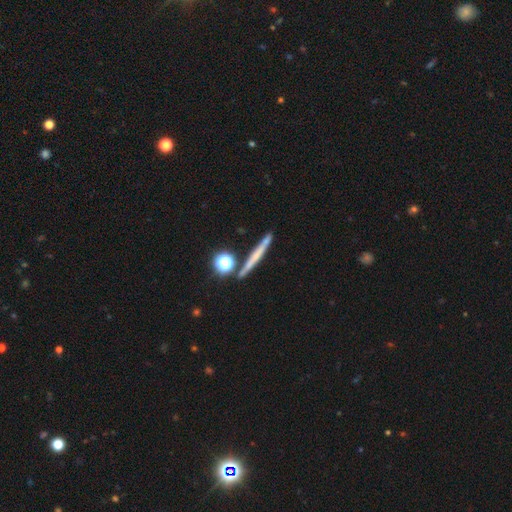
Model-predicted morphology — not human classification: type=smooth (44%); merging=none (79%).